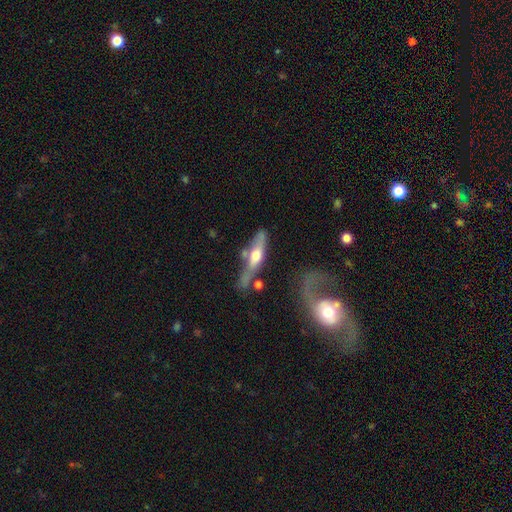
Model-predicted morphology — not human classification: featured or disk 58%, smooth 36%, star or artifact 6%. Down the decision tree: edge-on disk — yes (81%); merging — none (47%).